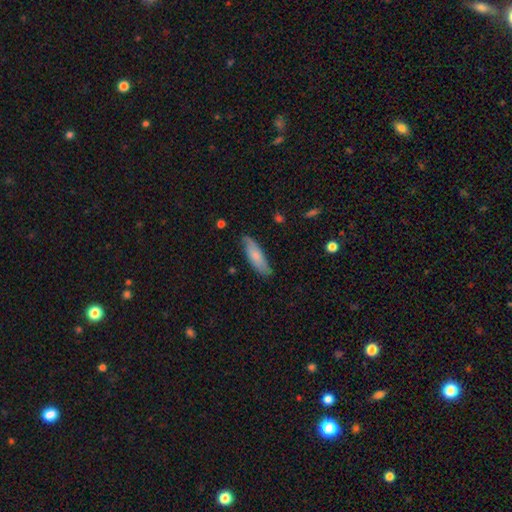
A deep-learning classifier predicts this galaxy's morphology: A smooth galaxy with no disk features (70%) that is in between round and cigar-shaped (52%).

Vote fractions:
- Smooth or featured? smooth: 70% / featured or disk: 24% / star or artifact: 6%
- How rounded? in between: 52% / cigar-shaped: 46% / round: 2%
- Merging? none: 76% / minor disturbance: 19% / major disturbance: 3% / merger: 1%